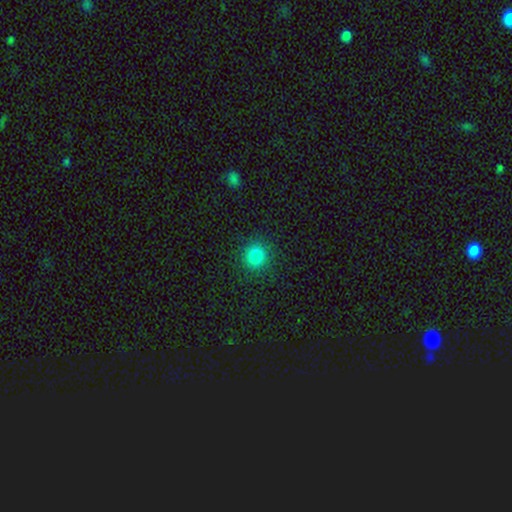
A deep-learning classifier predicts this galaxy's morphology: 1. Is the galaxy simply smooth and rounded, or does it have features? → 84% smooth, 12% star or artifact, 4% featured or disk.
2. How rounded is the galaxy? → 91% round, 8% in between, 1% cigar-shaped.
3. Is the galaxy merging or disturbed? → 89% none, 7% minor disturbance, 3% major disturbance, 1% merger.